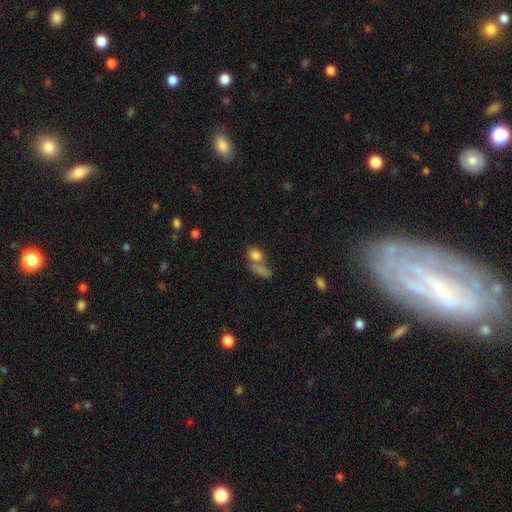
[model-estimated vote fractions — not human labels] Morphology: type=smooth (80%); roundness=in between (58%); merging=merger (46%).